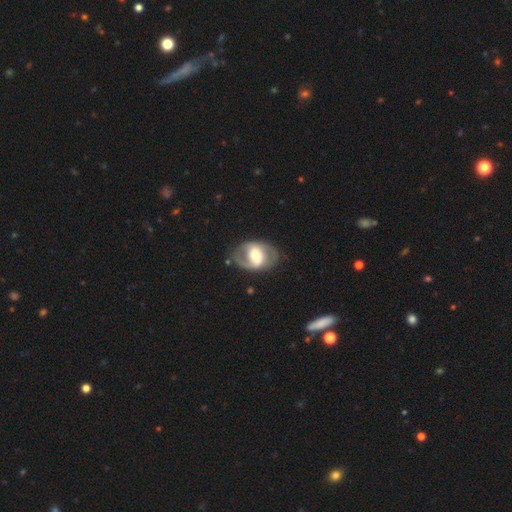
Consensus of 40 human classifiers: This appears to be a featured or disk galaxy (52%) with no bar (47%), no spiral arms (74%) and a small central bulge (37%). Merging: none (72%).